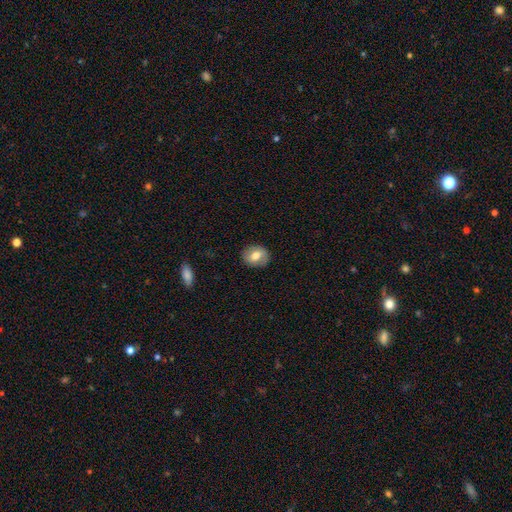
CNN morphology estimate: Q: Smooth or featured?
A: smooth (64%); runner-up: featured or disk (28%)
Q: How rounded?
A: round (55%); runner-up: in between (44%)
Q: Merging?
A: none (85%); runner-up: minor disturbance (11%)